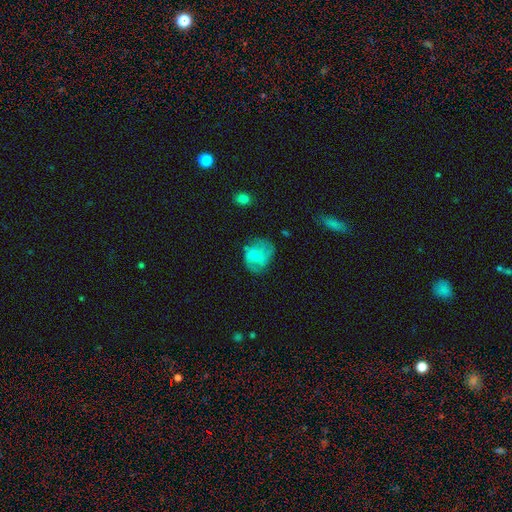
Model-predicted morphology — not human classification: type=smooth (51%); roundness=round (61%); merging=none (53%).